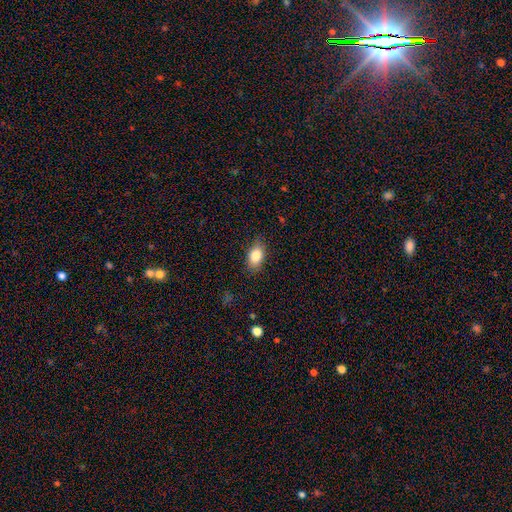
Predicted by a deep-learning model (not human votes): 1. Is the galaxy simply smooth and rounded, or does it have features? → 83% smooth, 9% featured or disk, 8% star or artifact.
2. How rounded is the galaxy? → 88% in between, 9% round, 3% cigar-shaped.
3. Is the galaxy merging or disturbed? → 84% none, 12% minor disturbance, 3% major disturbance, 1% merger.